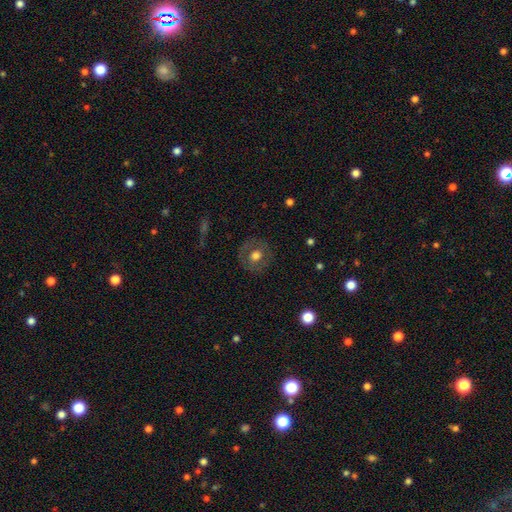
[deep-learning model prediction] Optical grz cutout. It shows a smooth galaxy with no disk features (59%) that is round (83%). Merging: none (83%).